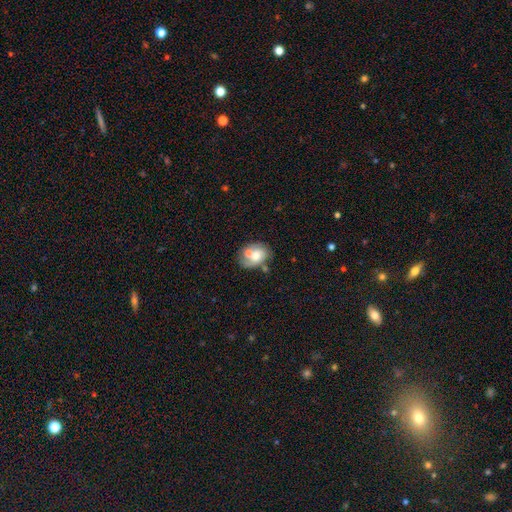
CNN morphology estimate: smooth-or-featured: smooth: 53% | featured or disk: 39% | star or artifact: 8%
  how-rounded: in between: 62% | round: 37% | cigar-shaped: 1%
  merging: merger: 40% | none: 33% | minor disturbance: 18% | major disturbance: 9%